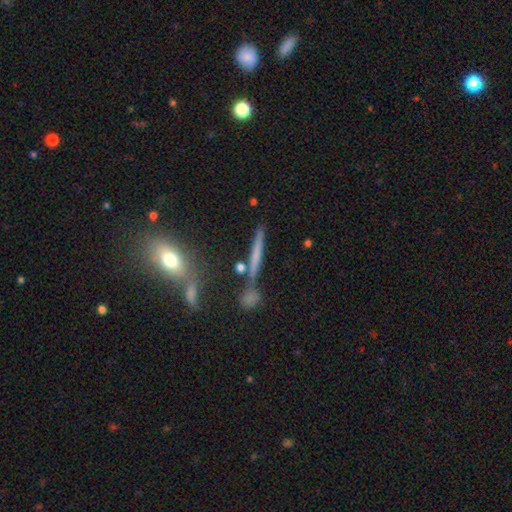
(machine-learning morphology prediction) type=smooth (47%); merging=none (75%).